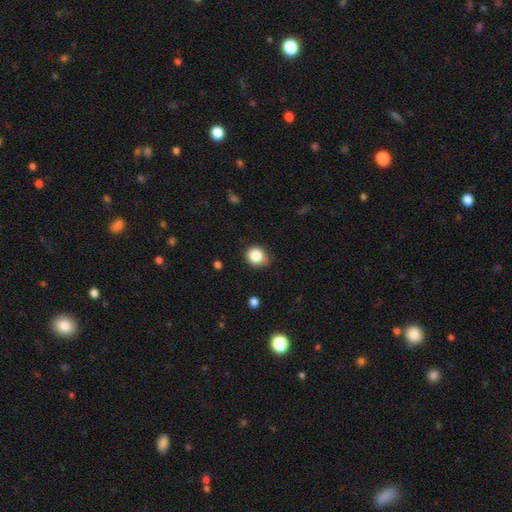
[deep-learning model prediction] Morphology: type=smooth (85%); roundness=round (77%); merging=none (71%).